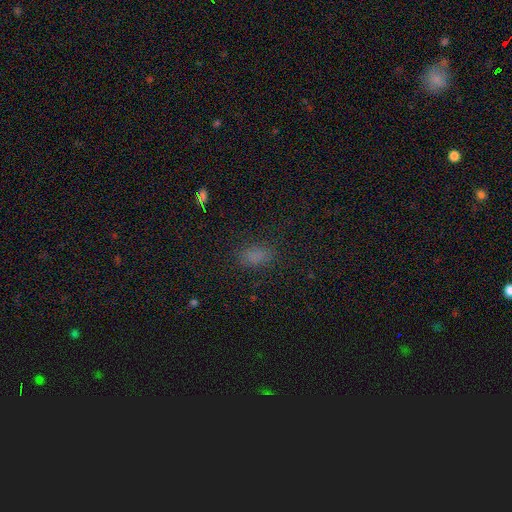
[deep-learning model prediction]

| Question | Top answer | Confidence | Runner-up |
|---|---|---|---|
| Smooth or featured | smooth | 78% | star or artifact (17%) |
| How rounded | in between | 87% | round (9%) |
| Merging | none | 80% | minor disturbance (13%) |